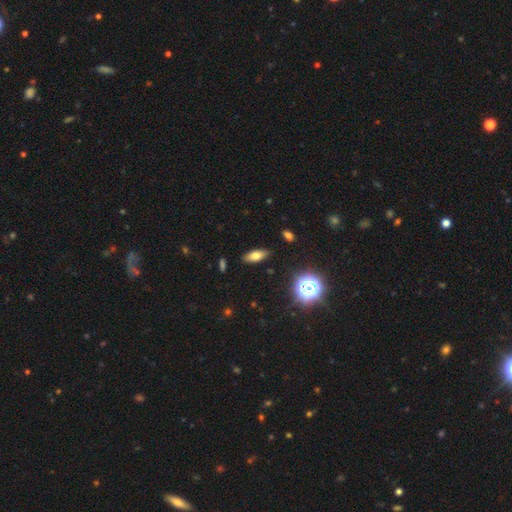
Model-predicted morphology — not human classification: Q: Smooth or featured?
A: smooth (67%); runner-up: featured or disk (20%)
Q: How rounded?
A: in between (75%); runner-up: cigar-shaped (20%)
Q: Merging?
A: none (87%); runner-up: minor disturbance (9%)